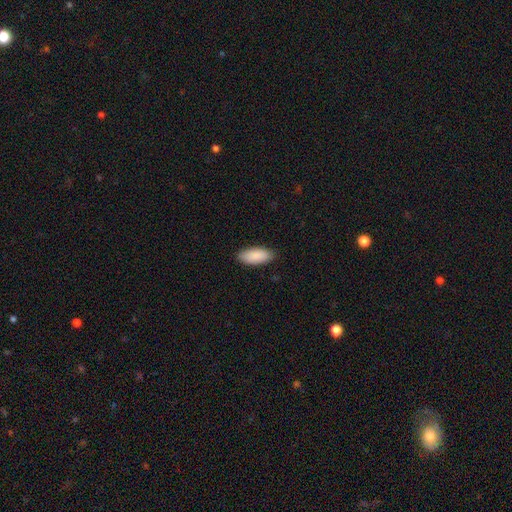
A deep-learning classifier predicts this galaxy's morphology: Smooth or featured? Predicted: smooth (p=0.90). How rounded? Predicted: in between (p=0.86). Merging? Predicted: none (p=0.87).